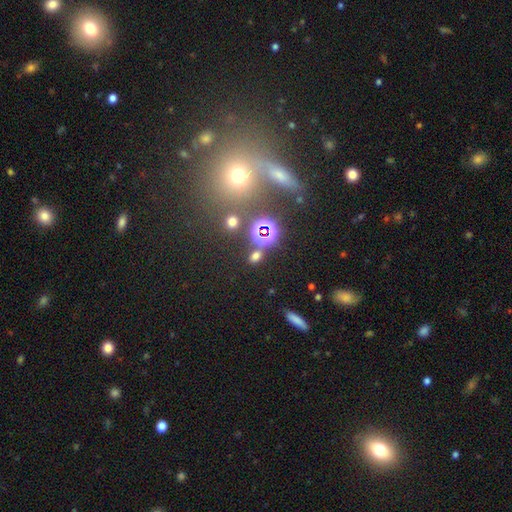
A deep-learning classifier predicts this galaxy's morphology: type=smooth (55%); roundness=in between (61%); merging=none (73%).